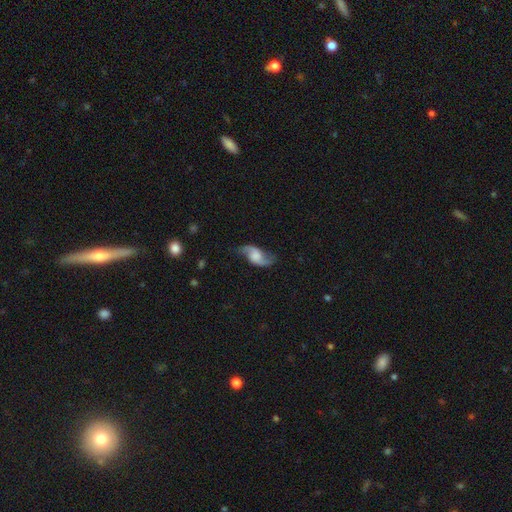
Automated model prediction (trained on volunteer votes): This appears to be a featured or disk galaxy (80%) with no bar (57%), 2 (93%) loose (70%) spiral arms (96%) and no central bulge (29%). Merging: none (75%).